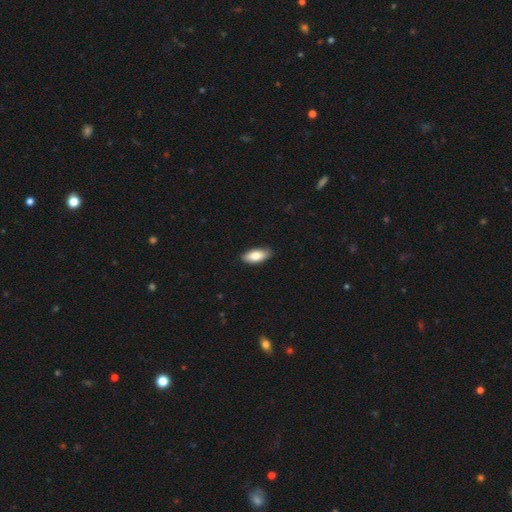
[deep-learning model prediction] Smooth or featured: smooth — 81% (featured or disk — 13%)
How rounded: in between — 86% (cigar-shaped — 11%)
Merging: none — 87% (minor disturbance — 10%)